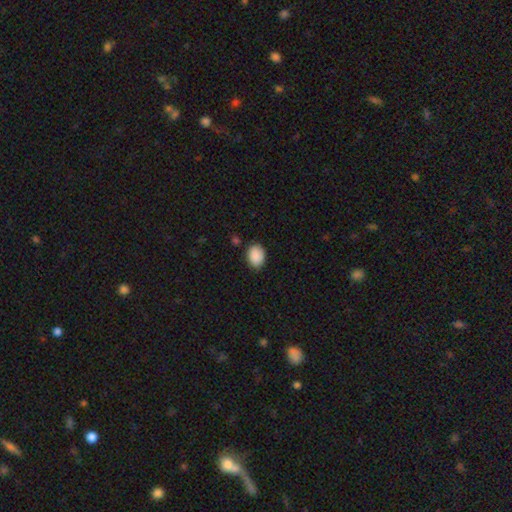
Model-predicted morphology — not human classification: Overall: smooth (90%). How rounded: in between (70%). Merging: none (82%).